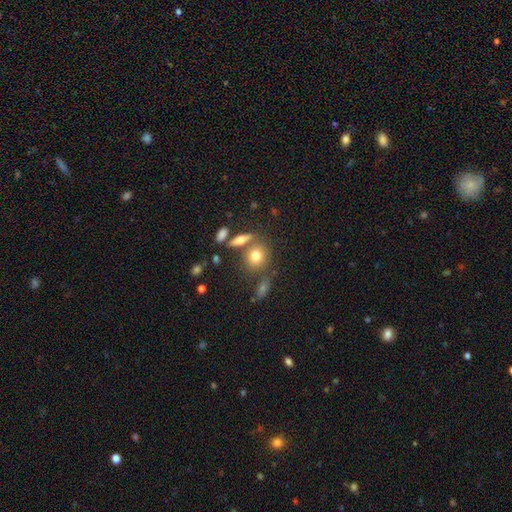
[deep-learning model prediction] Overall: smooth (75%). How rounded: round (63%; in between 33%). Merging: none (64%).